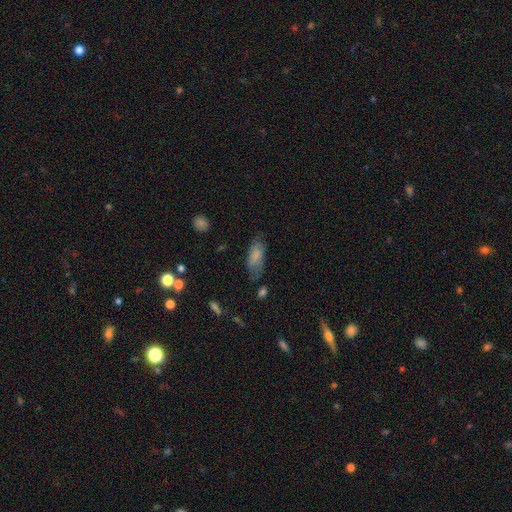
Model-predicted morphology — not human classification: Smooth or featured?
  - smooth: 76% *
  - featured or disk: 17%
  - star or artifact: 7%
How rounded?
  - in between: 82% *
  - cigar-shaped: 15%
  - round: 2%
Merging?
  - none: 64% *
  - minor disturbance: 25%
  - major disturbance: 8%
  - merger: 3%